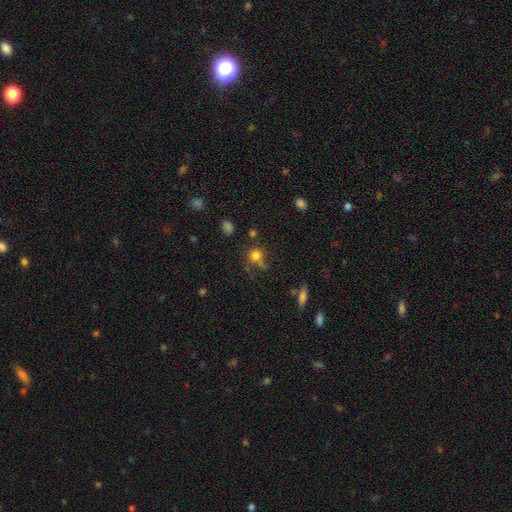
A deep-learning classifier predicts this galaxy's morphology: smooth-or-featured: smooth: 75% | star or artifact: 15% | featured or disk: 10%
  how-rounded: round: 85% | in between: 13% | cigar-shaped: 2%
  merging: none: 56% | minor disturbance: 21% | major disturbance: 14% | merger: 9%